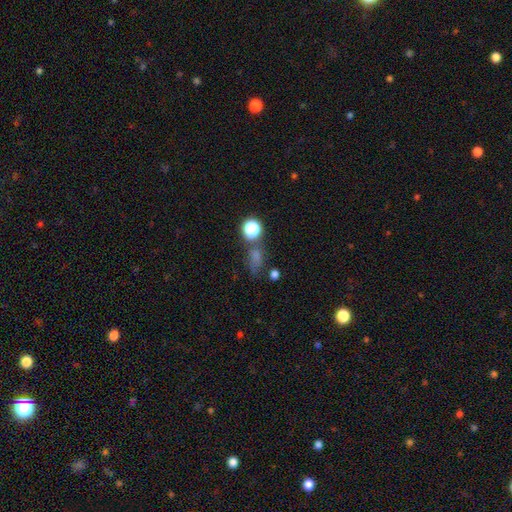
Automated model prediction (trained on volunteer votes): This appears to be a smooth galaxy with no disk features (50%) that is in between round and cigar-shaped (46%). Merging: none (61%).